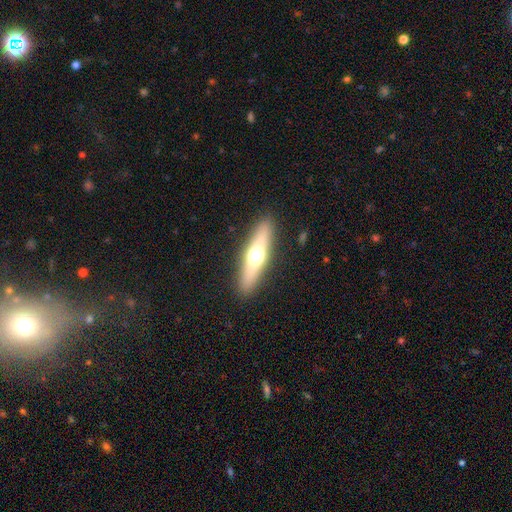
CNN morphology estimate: featured or disk 47%, smooth 45%, star or artifact 8%. Down the decision tree: merging — none (89%).